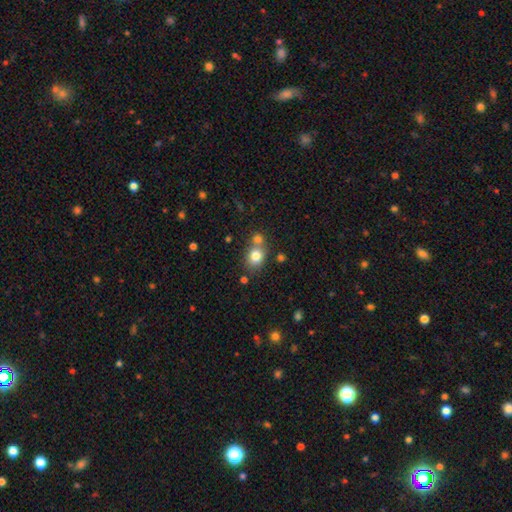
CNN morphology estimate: smooth 80%, star or artifact 11%, featured or disk 9%. Down the decision tree: how rounded — round (59%); merging — none (56%).